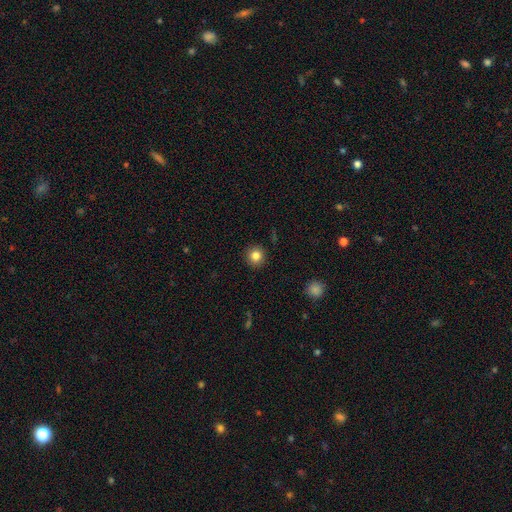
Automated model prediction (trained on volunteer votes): Smooth or featured: smooth — 83% (star or artifact — 11%)
How rounded: round — 93% (in between — 6%)
Merging: none — 92% (minor disturbance — 5%)